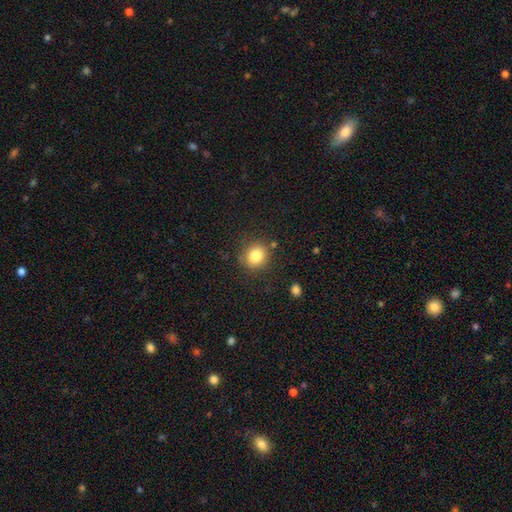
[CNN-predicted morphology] Q: Smooth or featured?
A: smooth (83%); runner-up: star or artifact (11%)
Q: How rounded?
A: round (81%); runner-up: in between (18%)
Q: Merging?
A: none (84%); runner-up: minor disturbance (10%)